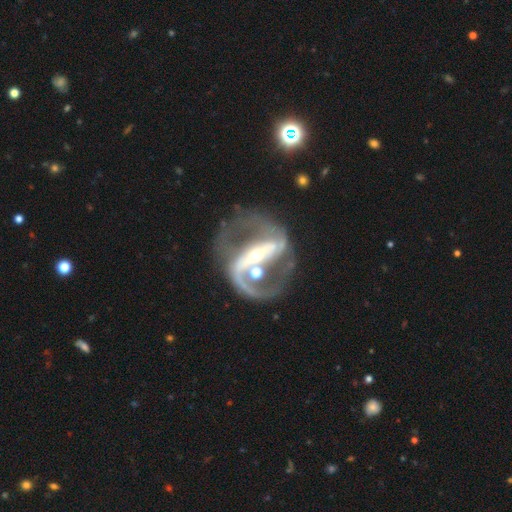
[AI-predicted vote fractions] A featured or disk galaxy (90%) with a strong bar (69%), 2 (89%) medium (52%) spiral arms (93%) and a small central bulge (55%).

Vote fractions:
- Smooth or featured? featured or disk: 90% / star or artifact: 5% / smooth: 5%
- Edge-on disk? no: 96% / yes: 4%
- Bar? strong: 69% / weak: 18% / no: 12%
- Spiral arms? yes: 93% / no: 7%
- Spiral winding? medium: 52% / loose: 29% / tight: 19%
- Spiral arm count? 2: 89% / 1: 5% / can't tell: 3% / 3: 2% / 4: 1% / more than 4: 1%
- Bulge size? small: 55% / moderate: 37% / large: 5% / none: 2% / dominant: 2%
- Merging? none: 54% / major disturbance: 18% / minor disturbance: 15% / merger: 13%